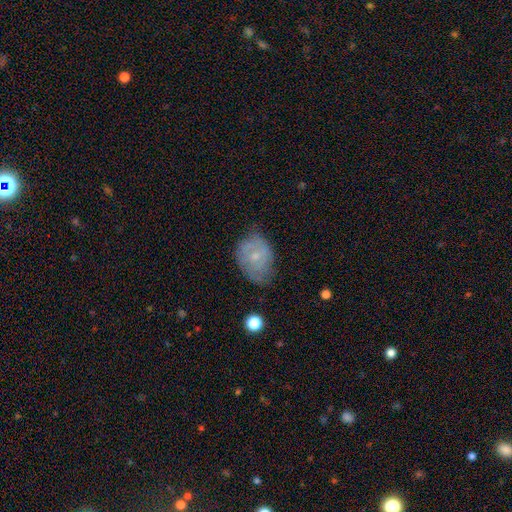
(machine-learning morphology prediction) A smooth galaxy with no disk features (47%).

Vote fractions:
- Smooth or featured? smooth: 47% / featured or disk: 45% / star or artifact: 8%
- Merging? none: 54% / minor disturbance: 34% / major disturbance: 10% / merger: 2%